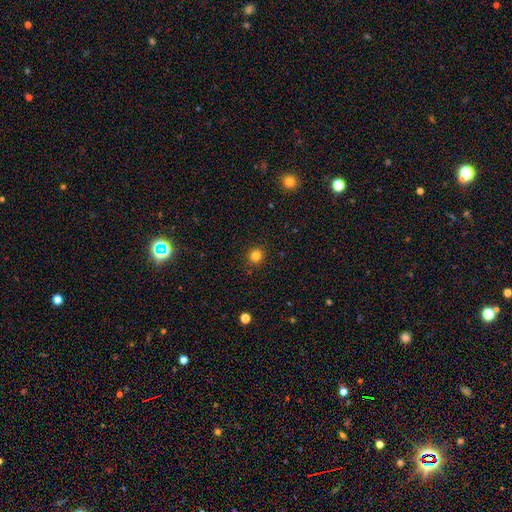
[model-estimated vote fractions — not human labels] smooth_or_featured: smooth (p=0.83) [alt: star or artifact p=0.13]
how_rounded: round (p=0.92) [alt: in between p=0.08]
merging: none (p=0.91) [alt: minor disturbance p=0.06]